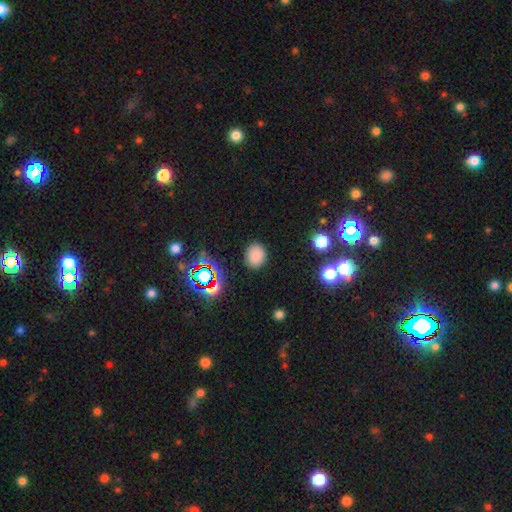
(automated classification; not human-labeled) Q: Smooth or featured?
A: smooth (81%); runner-up: star or artifact (14%)
Q: How rounded?
A: round (56%); runner-up: in between (43%)
Q: Merging?
A: none (87%); runner-up: minor disturbance (9%)